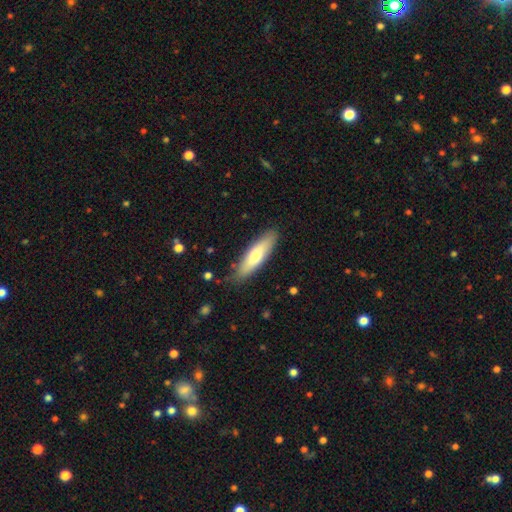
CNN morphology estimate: A smooth galaxy with no disk features (66%) that is cigar-shaped (64%). Merging: none (84%).